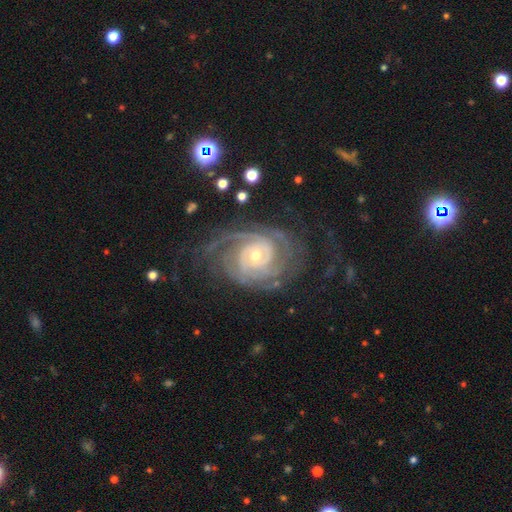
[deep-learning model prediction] A featured or disk galaxy (91%) with no bar (69%), 2 (30%) tight (74%) spiral arms (98%) and a moderate central bulge (51%). Merging: none (66%).